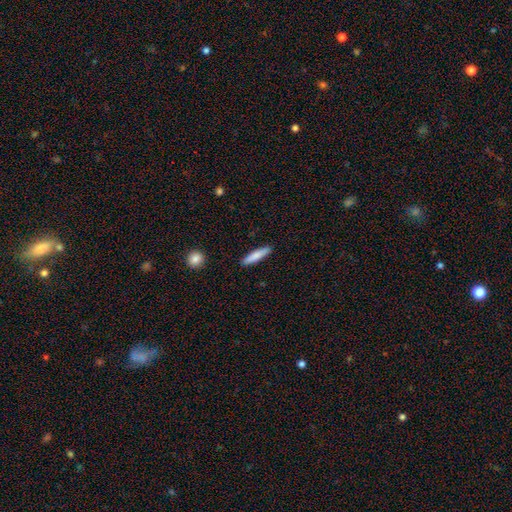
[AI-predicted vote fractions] Q: Smooth or featured?
A: smooth (80%); runner-up: featured or disk (15%)
Q: How rounded?
A: cigar-shaped (84%); runner-up: in between (14%)
Q: Merging?
A: none (90%); runner-up: minor disturbance (7%)